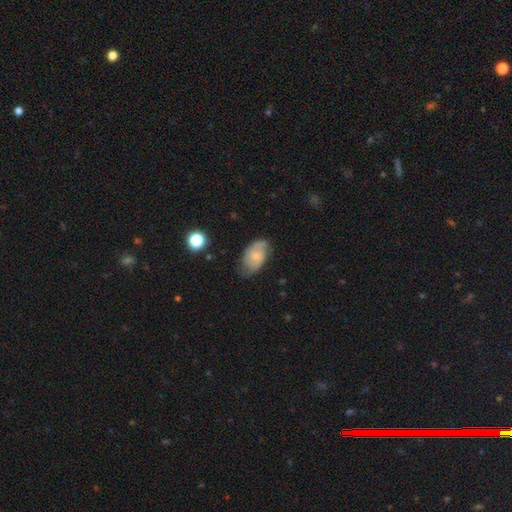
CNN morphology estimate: Overall: featured or disk (60%; smooth 33%). Edge-on disk: no (96%). Bar: no (66%; weak 30%). Spiral arms: yes (89%). Spiral arm count: 2 (70%). Spiral winding: medium (45%; tight 38%). Bulge size: small (56%; moderate 29%). Merging: none (62%; minor disturbance 27%).